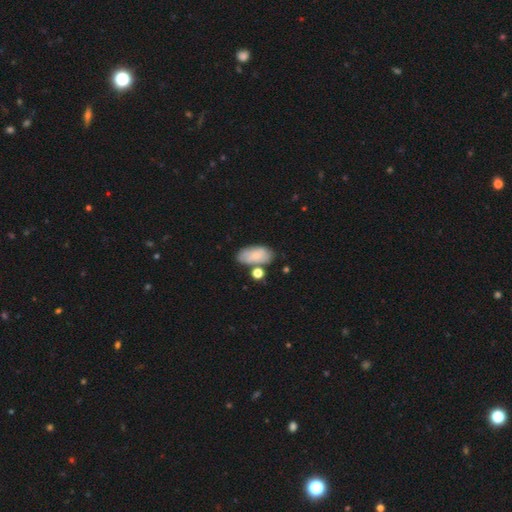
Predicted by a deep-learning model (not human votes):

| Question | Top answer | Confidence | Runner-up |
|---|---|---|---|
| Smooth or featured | smooth | 69% | featured or disk (24%) |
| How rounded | in between | 92% | round (4%) |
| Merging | none | 58% | minor disturbance (20%) |